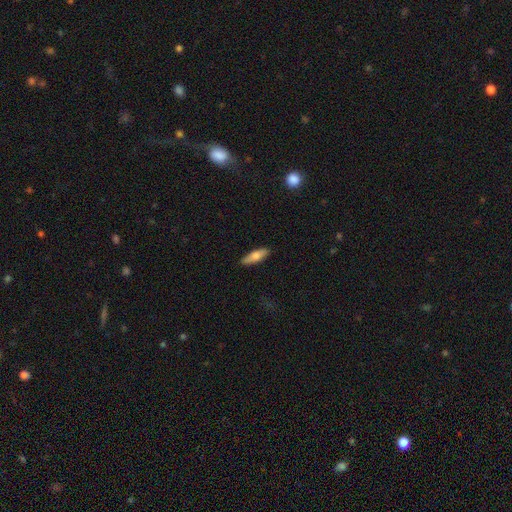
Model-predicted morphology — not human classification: type=smooth (70%); roundness=cigar-shaped (51%); merging=none (89%).